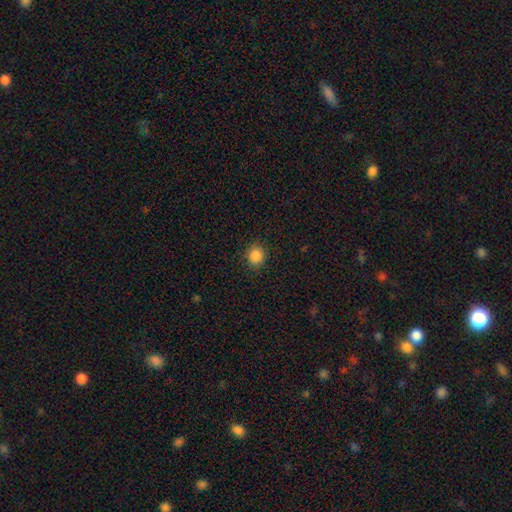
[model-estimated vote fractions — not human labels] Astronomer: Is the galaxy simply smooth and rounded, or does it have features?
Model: smooth — 87%.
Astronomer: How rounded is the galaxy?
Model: round — 81%.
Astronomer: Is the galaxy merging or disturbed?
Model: none — 88%.